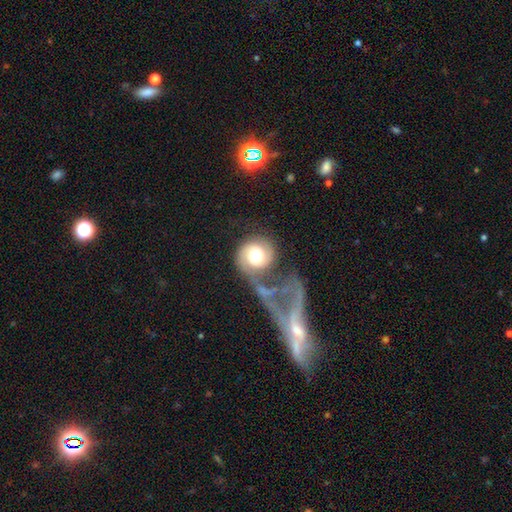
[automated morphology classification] Smooth or featured?
  - featured or disk: 67% *
  - smooth: 27%
  - star or artifact: 6%
Edge-on disk?
  - no: 97% *
  - yes: 3%
Bar?
  - no: 73% *
  - weak: 21%
  - strong: 6%
Spiral arms?
  - yes: 88% *
  - no: 12%
Spiral winding?
  - tight: 40% *
  - medium: 38%
  - loose: 22%
Spiral arm count?
  - 2: 71% *
  - 1: 15%
  - can't tell: 8%
  - 3: 2%
  - 4: 1%
  - more than 4: 1%
Bulge size?
  - moderate: 52% *
  - large: 38%
  - dominant: 5%
  - small: 4%
  - none: 1%
Merging?
  - none: 30% *
  - major disturbance: 28%
  - merger: 28%
  - minor disturbance: 15%